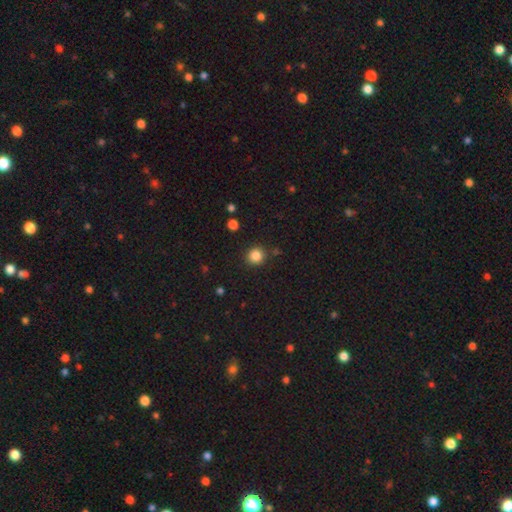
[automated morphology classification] Smooth or featured?
  - smooth: 85% *
  - star or artifact: 12%
  - featured or disk: 4%
How rounded?
  - round: 92% *
  - in between: 7%
  - cigar-shaped: 1%
Merging?
  - none: 88% *
  - minor disturbance: 7%
  - merger: 3%
  - major disturbance: 2%